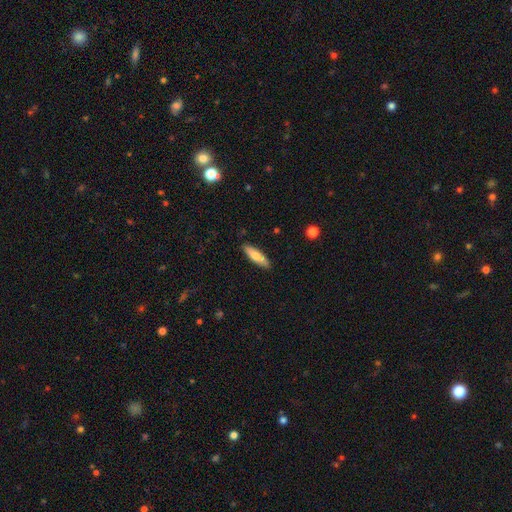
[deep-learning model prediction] Overall: smooth (69%). How rounded: cigar-shaped (61%; in between 38%). Merging: none (89%).